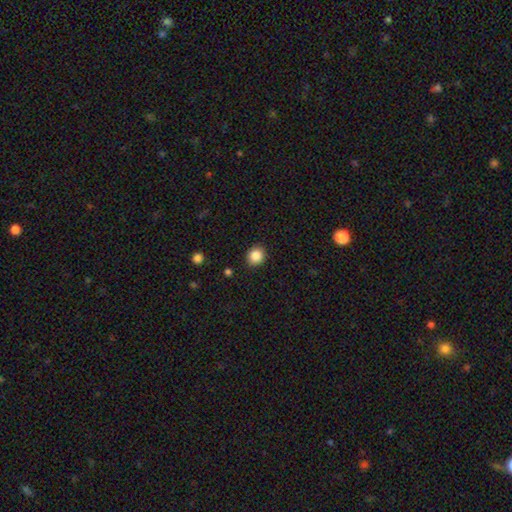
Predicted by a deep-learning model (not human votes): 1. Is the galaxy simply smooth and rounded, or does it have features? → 86% smooth, 10% star or artifact, 4% featured or disk.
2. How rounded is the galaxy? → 82% round, 17% in between, 1% cigar-shaped.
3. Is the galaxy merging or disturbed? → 90% none, 6% minor disturbance, 2% major disturbance, 1% merger.